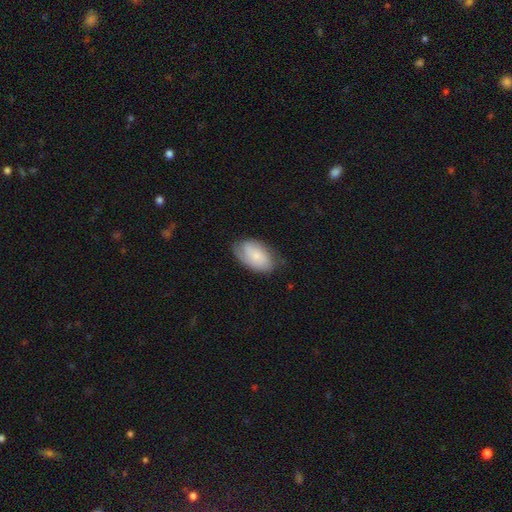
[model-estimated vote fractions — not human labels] smooth_or_featured: smooth (p=0.58) [alt: featured or disk p=0.36]
how_rounded: in between (p=0.92) [alt: round p=0.06]
merging: none (p=0.63) [alt: minor disturbance p=0.27]